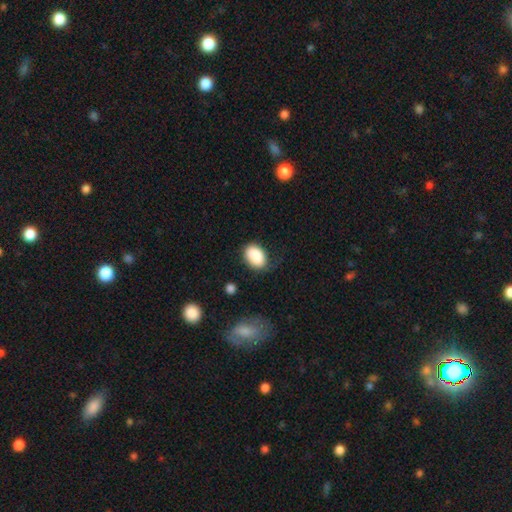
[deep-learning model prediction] Smooth or featured? smooth (87%)
How rounded? in between (81%)
Merging? none (67%)